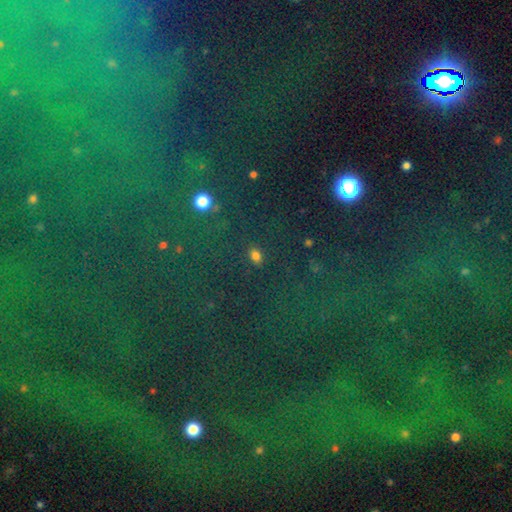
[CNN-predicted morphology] smooth 69%, star or artifact 24%, featured or disk 7%. Down the decision tree: how rounded — in between (77%); merging — none (85%).